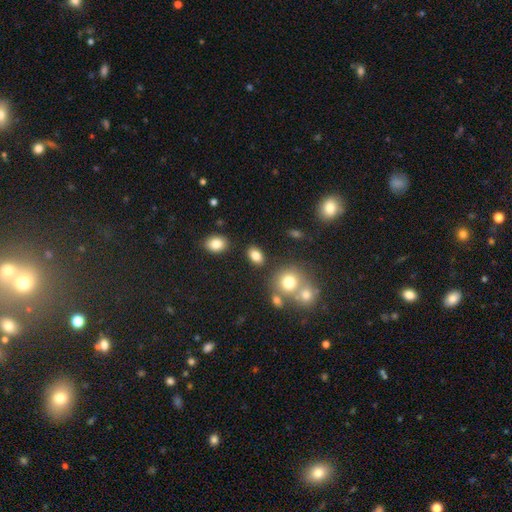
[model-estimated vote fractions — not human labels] This is clearly a smooth galaxy (81%). How rounded: clearly in between (81%). Merging: clearly none (81%).